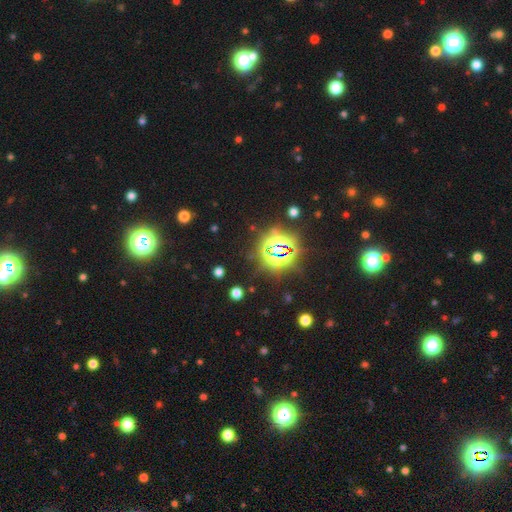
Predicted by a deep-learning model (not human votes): smooth-or-featured: star or artifact: 80% | smooth: 13% | featured or disk: 7%